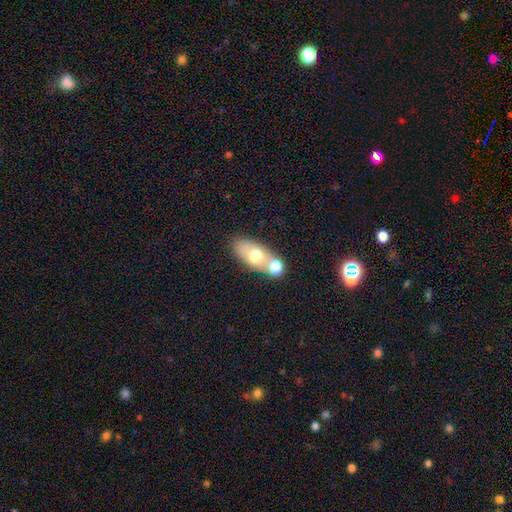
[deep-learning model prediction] smooth-or-featured: smooth: 64% | featured or disk: 28% | star or artifact: 8%
  how-rounded: in between: 84% | cigar-shaped: 8% | round: 8%
  merging: none: 44% | merger: 40% | minor disturbance: 11% | major disturbance: 5%